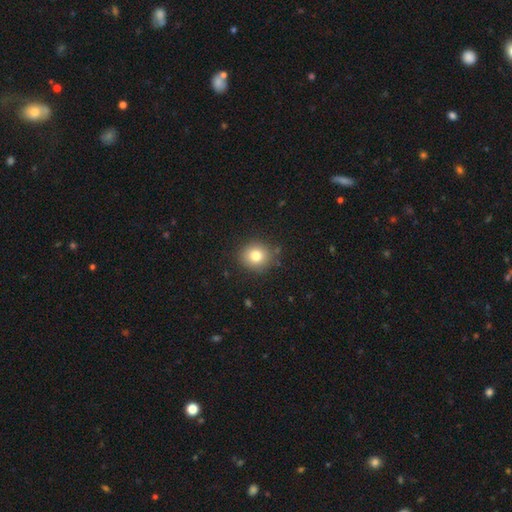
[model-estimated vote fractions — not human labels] A smooth galaxy with no disk features (79%) that is round (83%). Merging: none (86%).